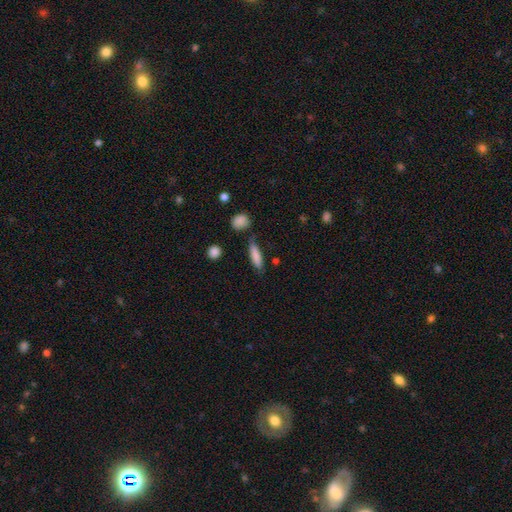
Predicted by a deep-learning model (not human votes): A smooth galaxy with no disk features (84%) that is cigar-shaped (65%).

Vote fractions:
- Smooth or featured? smooth: 84% / featured or disk: 10% / star or artifact: 7%
- How rounded? cigar-shaped: 65% / in between: 33% / round: 3%
- Merging? none: 74% / minor disturbance: 17% / merger: 5% / major disturbance: 5%